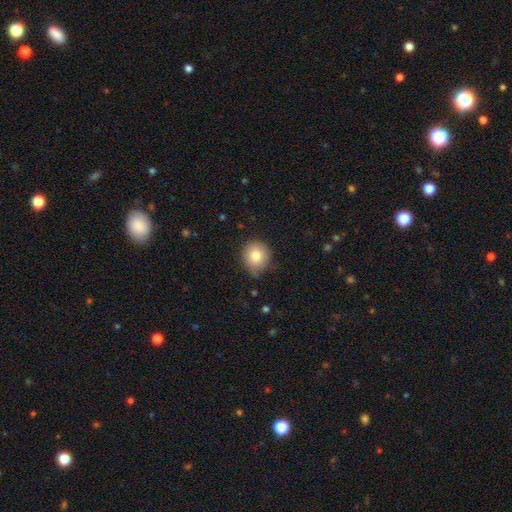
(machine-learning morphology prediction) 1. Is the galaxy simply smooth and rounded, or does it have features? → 82% smooth, 9% star or artifact, 8% featured or disk.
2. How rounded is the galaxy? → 86% round, 13% in between, 1% cigar-shaped.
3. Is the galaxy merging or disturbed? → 76% none, 19% minor disturbance, 3% major disturbance, 2% merger.